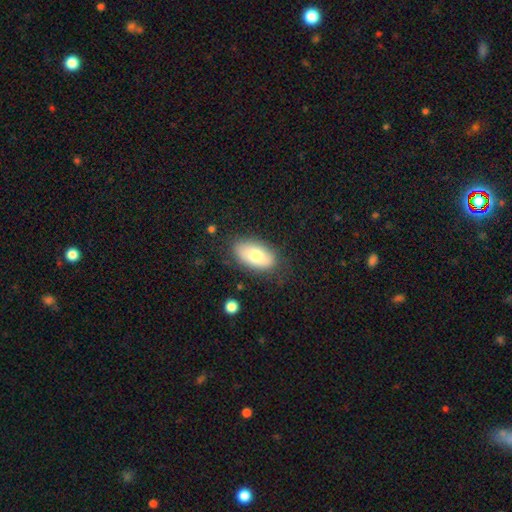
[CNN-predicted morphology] Smooth or featured?
  - smooth: 72% *
  - featured or disk: 21%
  - star or artifact: 7%
How rounded?
  - in between: 93% *
  - round: 5%
  - cigar-shaped: 2%
Merging?
  - none: 79% *
  - minor disturbance: 15%
  - major disturbance: 4%
  - merger: 2%